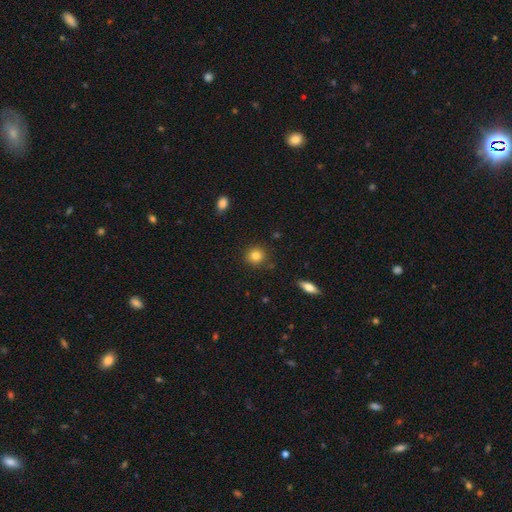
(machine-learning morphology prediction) This appears to be a smooth galaxy with no disk features (83%) that is round (90%). Merging: none (88%).